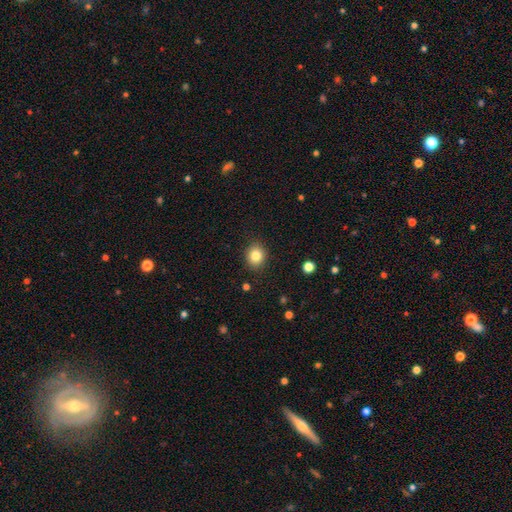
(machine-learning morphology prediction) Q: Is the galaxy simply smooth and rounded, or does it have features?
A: smooth — 83%.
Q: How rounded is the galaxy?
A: round — 69%.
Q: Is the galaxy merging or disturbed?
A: none — 89%.